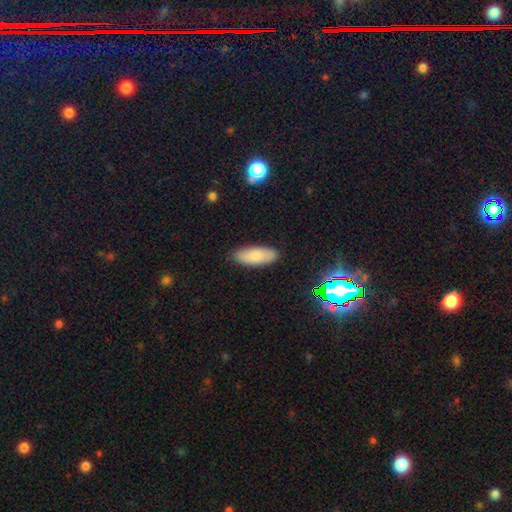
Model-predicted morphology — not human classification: smooth-or-featured: smooth: 82% | featured or disk: 11% | star or artifact: 7%
  how-rounded: in between: 79% | cigar-shaped: 19% | round: 2%
  merging: none: 87% | minor disturbance: 10% | major disturbance: 2% | merger: 1%